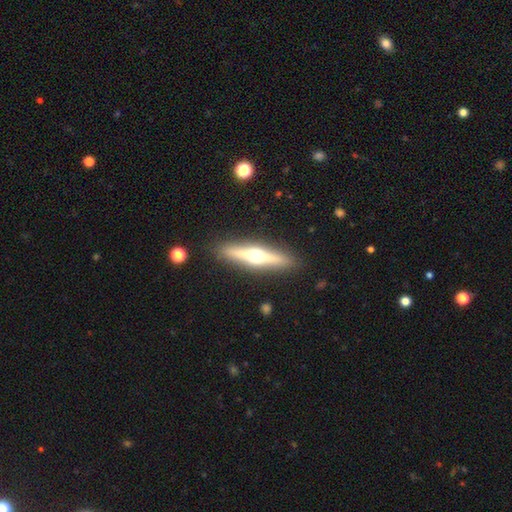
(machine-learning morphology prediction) Smooth or featured? featured or disk (70%)
Edge-on disk? yes (96%)
Edge-on bulge? rounded (96%)
Merging? none (90%)